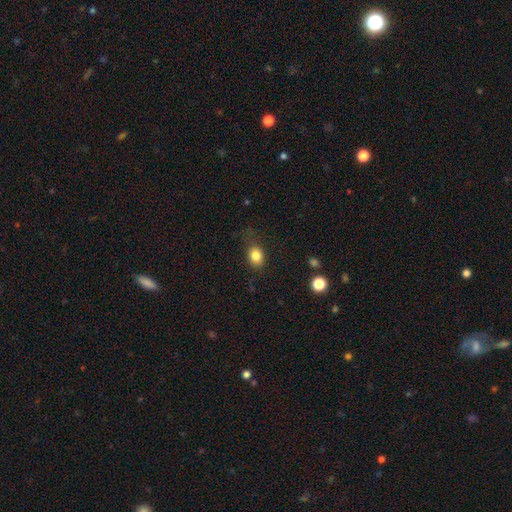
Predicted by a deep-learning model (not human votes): This appears to be a smooth galaxy with no disk features (83%) that is in between round and cigar-shaped (56%). Merging: none (74%).